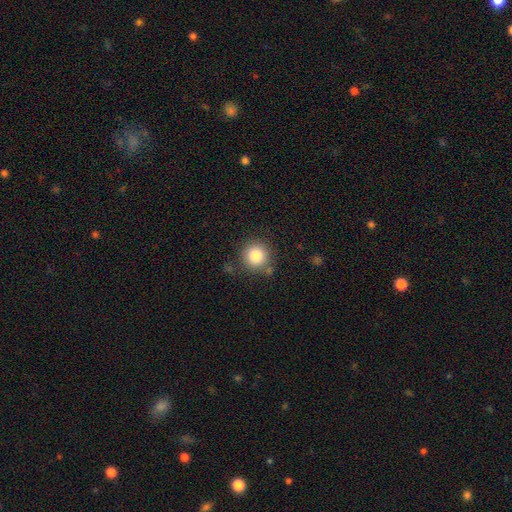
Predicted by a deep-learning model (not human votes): smooth_or_featured: smooth (p=0.84) [alt: star or artifact p=0.10]
how_rounded: round (p=0.93) [alt: in between p=0.06]
merging: none (p=0.82) [alt: minor disturbance p=0.11]